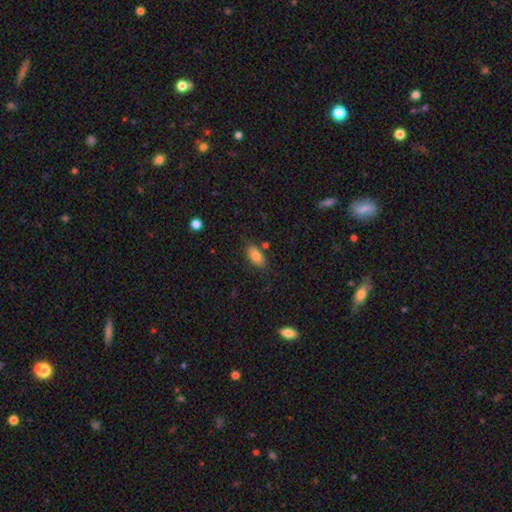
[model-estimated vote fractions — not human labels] A smooth galaxy with no disk features (84%) that is in between round and cigar-shaped (89%). Merging: none (76%).